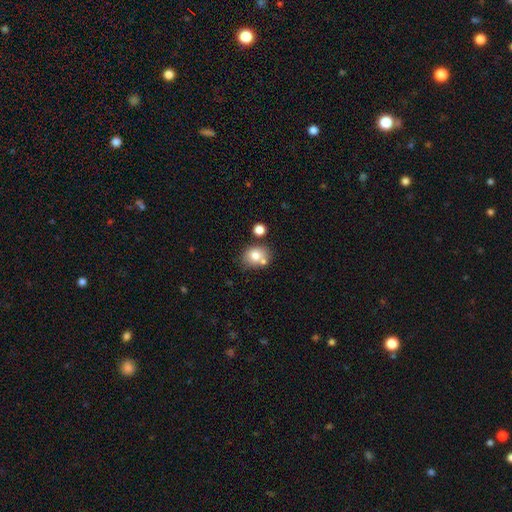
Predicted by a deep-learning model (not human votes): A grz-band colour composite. It shows a smooth galaxy with no disk features (76%) that is round (57%). Merging: none (61%).